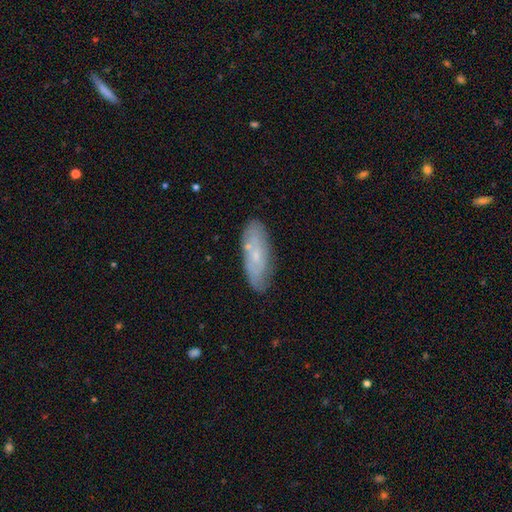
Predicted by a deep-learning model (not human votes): Overall: featured or disk (50%; smooth 42%). Edge-on disk: no (79%). Merging: none (78%).